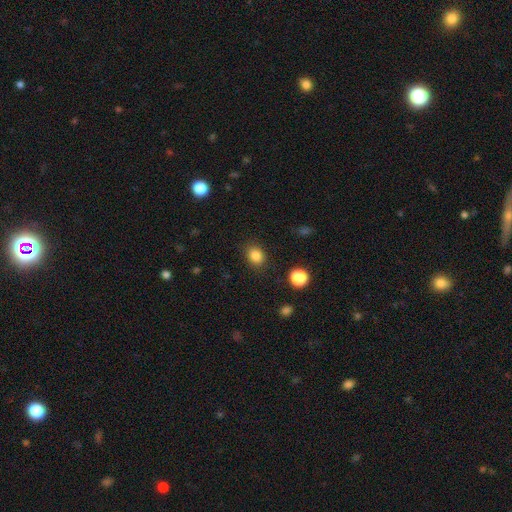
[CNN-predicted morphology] This is clearly a smooth galaxy (85%). How rounded: possibly round (51%). Merging: clearly none (85%).